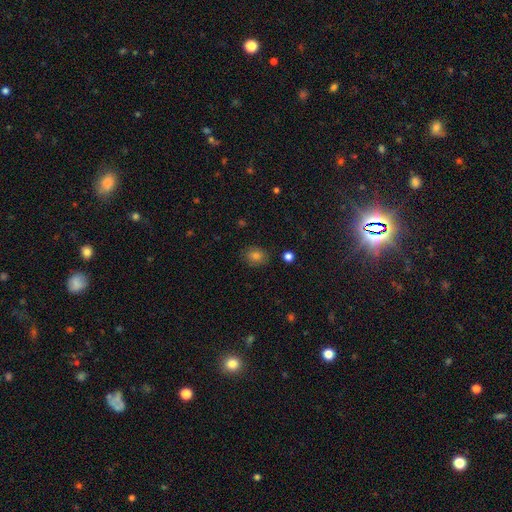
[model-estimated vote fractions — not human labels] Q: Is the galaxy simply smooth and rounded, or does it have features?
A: smooth — 78%.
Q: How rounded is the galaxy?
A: round — 57%.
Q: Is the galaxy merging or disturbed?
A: none — 85%.